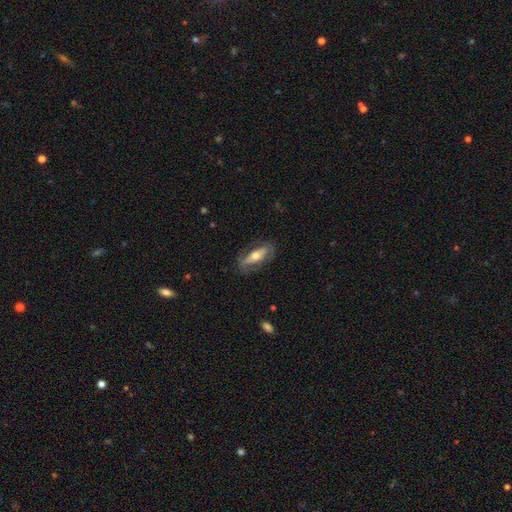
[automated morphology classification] type=featured or disk (51%); edge-on=no (66%); merging=none (74%).